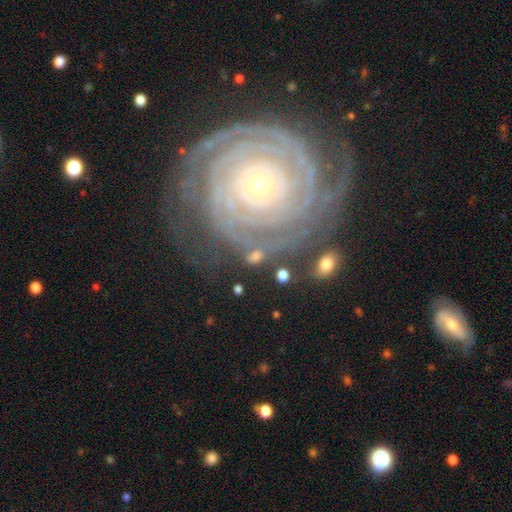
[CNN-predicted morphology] Smooth or featured: featured or disk — 49% (smooth — 36%)
Merging: none — 69% (minor disturbance — 15%)